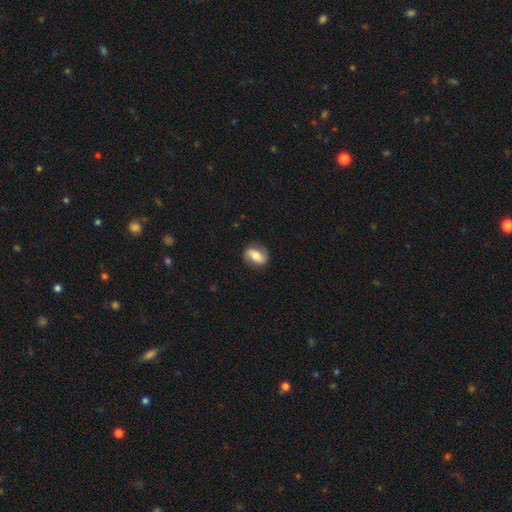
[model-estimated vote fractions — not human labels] smooth 57%, featured or disk 36%, star or artifact 8%. Down the decision tree: how rounded — in between (77%); merging — none (81%).